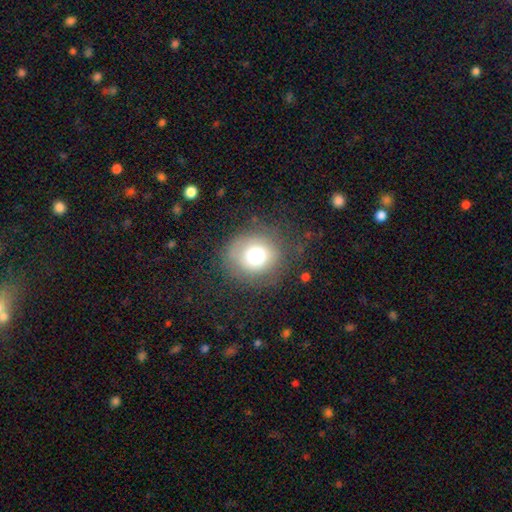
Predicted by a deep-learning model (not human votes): Q: Smooth or featured?
A: smooth (72%); runner-up: featured or disk (17%)
Q: How rounded?
A: round (84%); runner-up: in between (15%)
Q: Merging?
A: none (70%); runner-up: minor disturbance (17%)